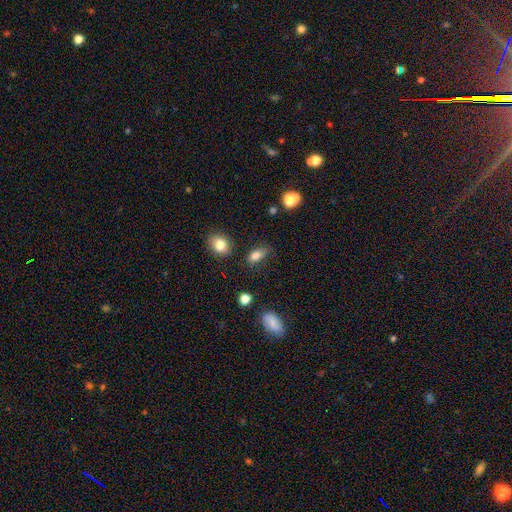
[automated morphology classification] A smooth galaxy with no disk features (83%) that is in between round and cigar-shaped (86%).

Vote fractions:
- Smooth or featured? smooth: 83% / star or artifact: 11% / featured or disk: 7%
- How rounded? in between: 86% / round: 9% / cigar-shaped: 6%
- Merging? none: 71% / minor disturbance: 20% / major disturbance: 6% / merger: 3%